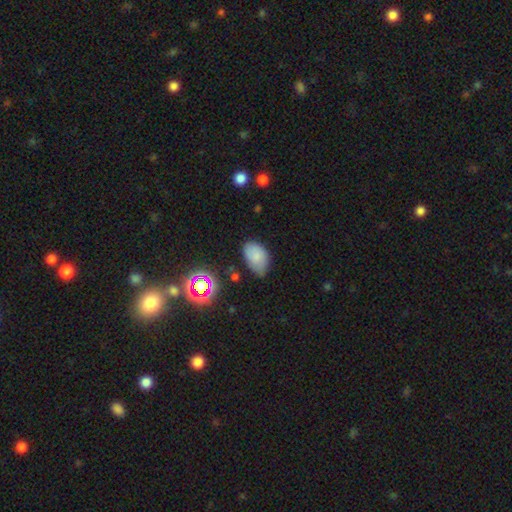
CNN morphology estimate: A smooth galaxy with no disk features (77%) that is in between round and cigar-shaped (90%).

Vote fractions:
- Smooth or featured? smooth: 77% / star or artifact: 13% / featured or disk: 11%
- How rounded? in between: 90% / round: 9% / cigar-shaped: 1%
- Merging? none: 57% / minor disturbance: 33% / major disturbance: 7% / merger: 3%